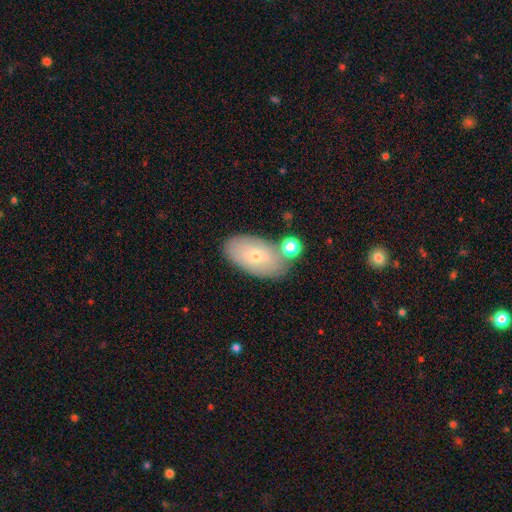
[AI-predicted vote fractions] Smooth or featured? smooth (55%)
How rounded? in between (92%)
Merging? none (67%)